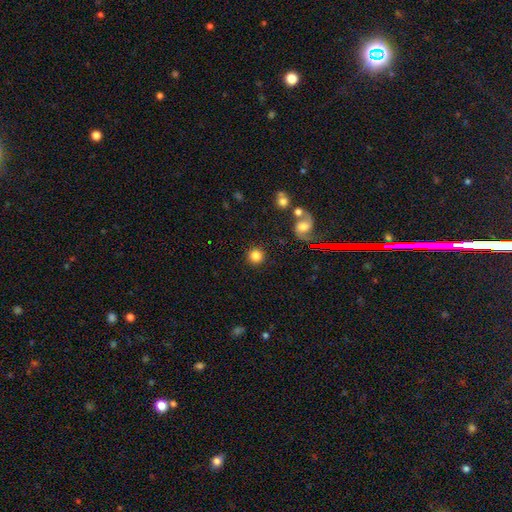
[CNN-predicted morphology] type=smooth (83%); roundness=round (94%); merging=none (90%).